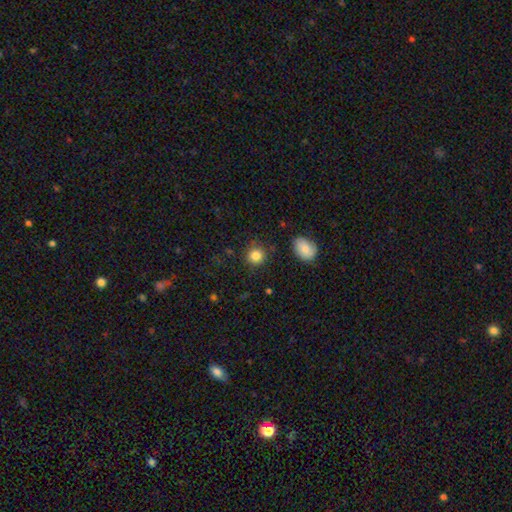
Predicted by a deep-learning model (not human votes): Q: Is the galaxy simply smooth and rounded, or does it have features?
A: smooth — 85%.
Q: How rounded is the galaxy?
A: round — 90%.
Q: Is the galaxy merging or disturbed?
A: none — 87%.